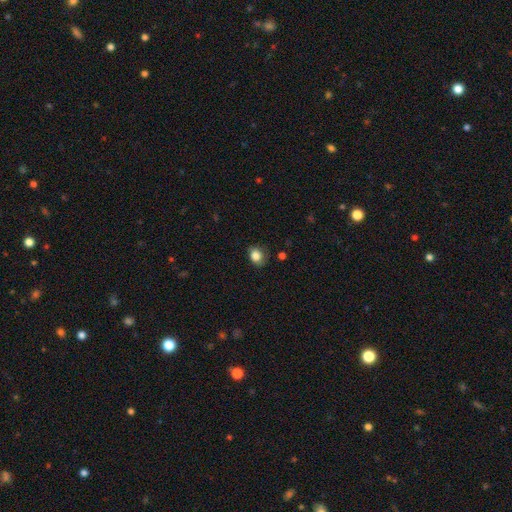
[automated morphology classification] The model was most divided on "how rounded": round: 55%, in between: 44%, cigar-shaped: 1%. More confident: smooth or featured — smooth (84%); merging — none (69%).